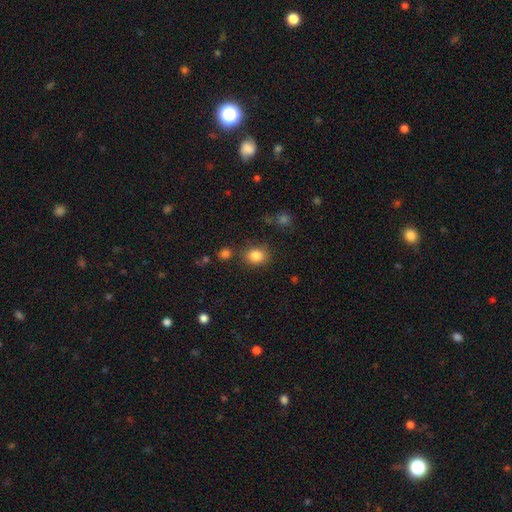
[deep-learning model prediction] Q: Smooth or featured?
A: smooth (84%); runner-up: star or artifact (11%)
Q: How rounded?
A: round (65%); runner-up: in between (34%)
Q: Merging?
A: none (80%); runner-up: minor disturbance (11%)